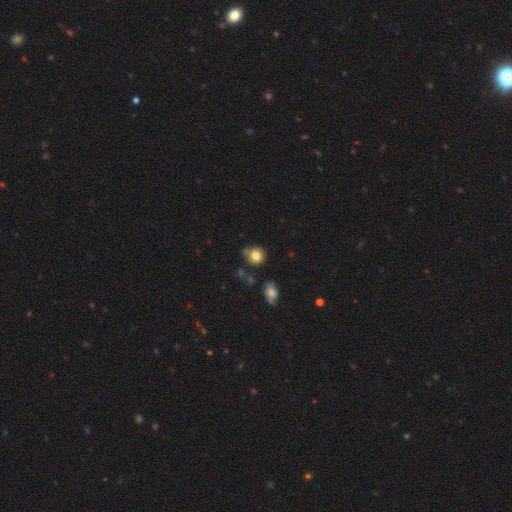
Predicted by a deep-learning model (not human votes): This is clearly a smooth galaxy (81%). How rounded: clearly round (82%). Merging: likely none (66%).